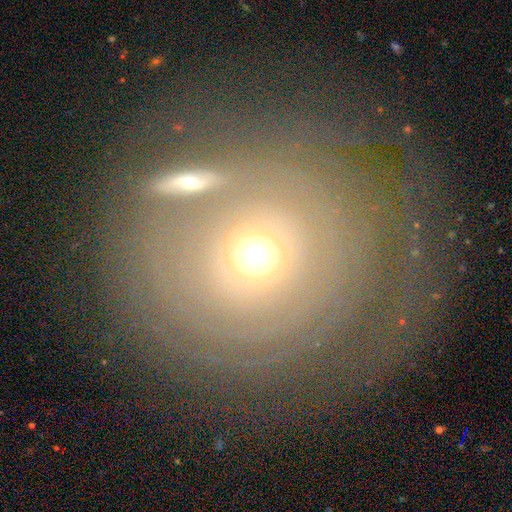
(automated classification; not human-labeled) Smooth or featured? Predicted: featured or disk (p=0.63). Edge-on disk? Predicted: no (p=0.94). Bar? Predicted: no (p=0.88). Spiral arms? Predicted: yes (p=0.62). Bulge size? Predicted: moderate (p=0.50). Merging? Predicted: none (p=0.59).